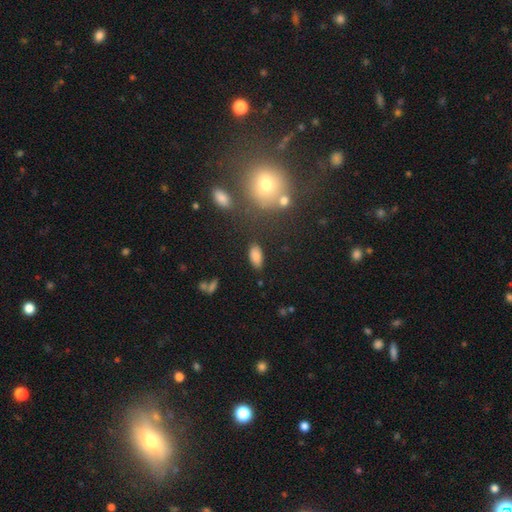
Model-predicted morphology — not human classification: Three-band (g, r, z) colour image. It shows a smooth galaxy with no disk features (83%) that is in between round and cigar-shaped (91%). Merging: none (80%).